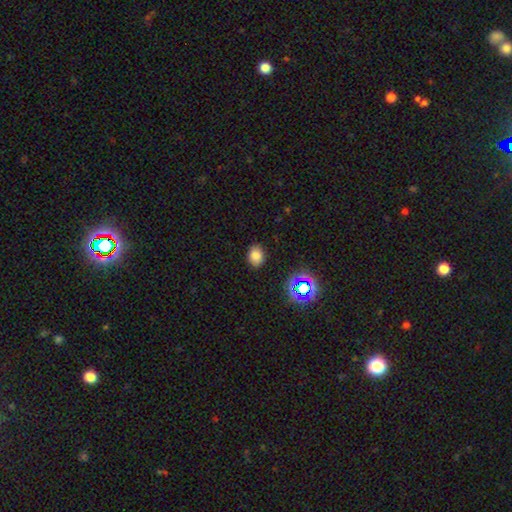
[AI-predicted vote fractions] smooth-or-featured: smooth: 79% | star or artifact: 15% | featured or disk: 6%
  how-rounded: in between: 60% | round: 40% | cigar-shaped: 1%
  merging: none: 87% | minor disturbance: 9% | major disturbance: 2% | merger: 1%